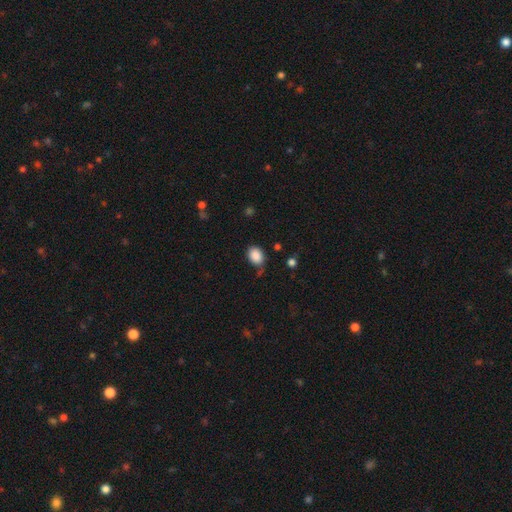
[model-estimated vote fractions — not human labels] Smooth or featured? smooth (88%)
How rounded? in between (65%)
Merging? none (71%)